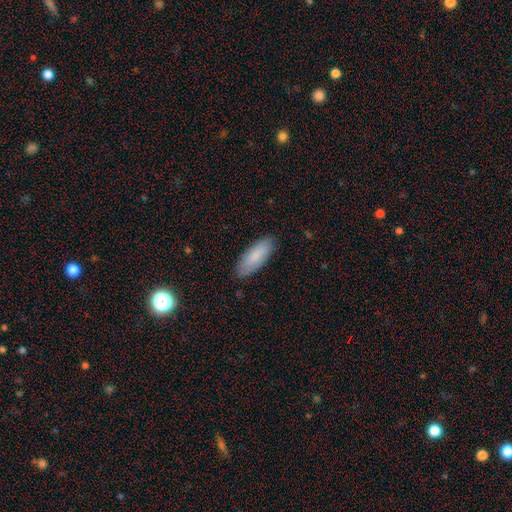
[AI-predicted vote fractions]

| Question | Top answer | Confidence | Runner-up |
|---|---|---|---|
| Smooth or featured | smooth | 82% | featured or disk (12%) |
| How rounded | in between | 73% | cigar-shaped (26%) |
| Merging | none | 85% | minor disturbance (12%) |